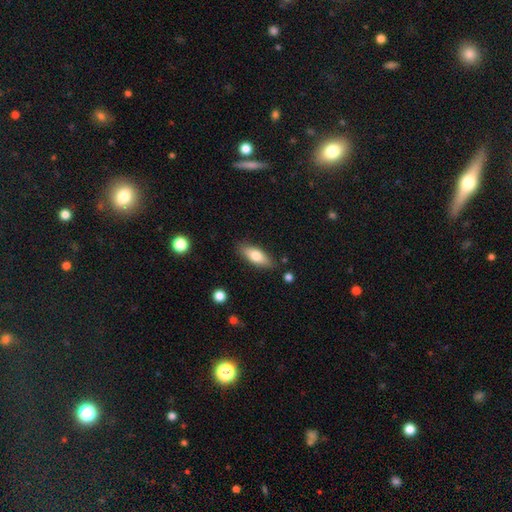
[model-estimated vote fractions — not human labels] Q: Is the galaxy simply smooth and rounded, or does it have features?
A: smooth — 72%.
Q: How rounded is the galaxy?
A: in between — 73%.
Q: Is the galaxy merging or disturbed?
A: none — 83%.